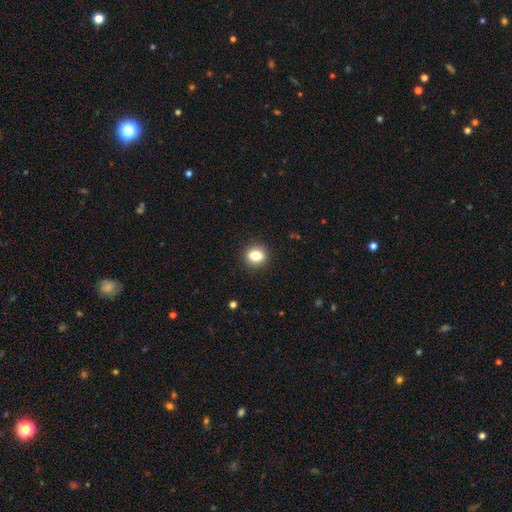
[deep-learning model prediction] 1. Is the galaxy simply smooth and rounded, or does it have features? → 81% smooth, 10% star or artifact, 9% featured or disk.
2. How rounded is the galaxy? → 55% round, 43% in between, 2% cigar-shaped.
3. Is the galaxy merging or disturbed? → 89% none, 7% minor disturbance, 2% major disturbance, 1% merger.